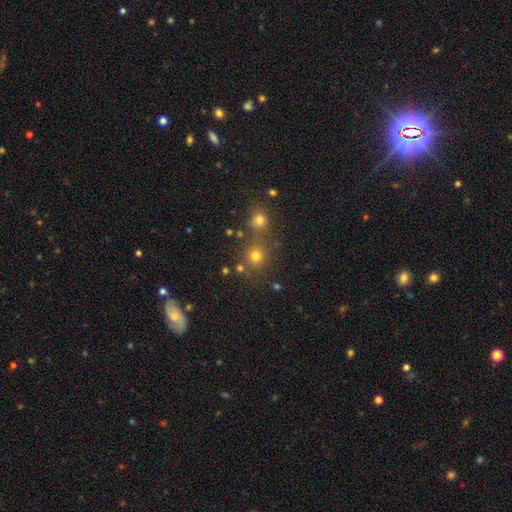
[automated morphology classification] Smooth or featured? Predicted: smooth (p=0.71). How rounded? Predicted: round (p=0.88). Merging? Predicted: none (p=0.65).